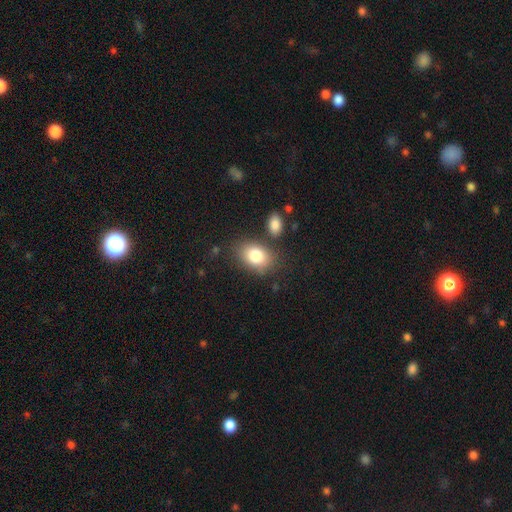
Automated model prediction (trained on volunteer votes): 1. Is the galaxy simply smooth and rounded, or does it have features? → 82% smooth, 10% featured or disk, 8% star or artifact.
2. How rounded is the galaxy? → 76% in between, 23% round, 1% cigar-shaped.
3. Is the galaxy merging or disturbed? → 72% none, 14% minor disturbance, 9% merger, 5% major disturbance.